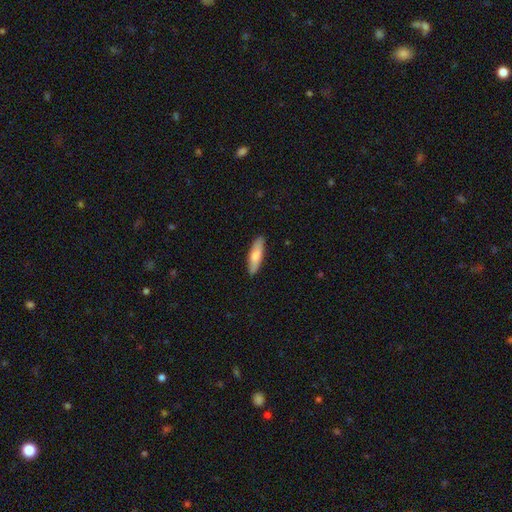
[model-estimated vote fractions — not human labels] Q: Smooth or featured?
A: smooth (71%); runner-up: featured or disk (24%)
Q: How rounded?
A: cigar-shaped (64%); runner-up: in between (34%)
Q: Merging?
A: none (88%); runner-up: minor disturbance (9%)